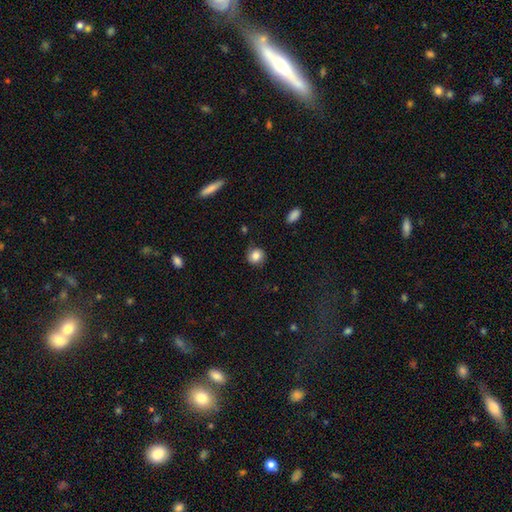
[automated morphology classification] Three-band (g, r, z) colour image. It shows a smooth galaxy with no disk features (82%) that is round (81%). Merging: none (80%).